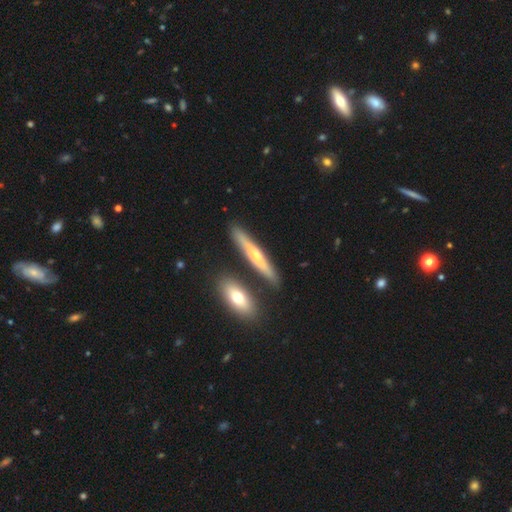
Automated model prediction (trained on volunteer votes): This appears to be a featured or disk galaxy (49%). Merging: none (83%).